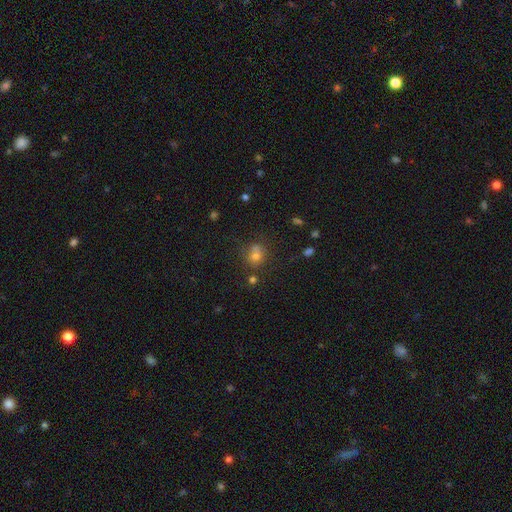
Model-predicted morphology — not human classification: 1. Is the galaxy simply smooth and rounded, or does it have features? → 70% smooth, 18% star or artifact, 12% featured or disk.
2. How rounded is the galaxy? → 71% round, 28% in between, 1% cigar-shaped.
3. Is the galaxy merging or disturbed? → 53% none, 25% merger, 15% minor disturbance, 6% major disturbance.